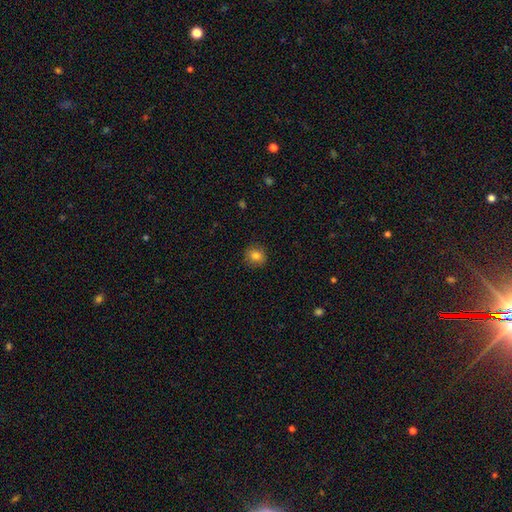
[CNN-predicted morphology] type=smooth (81%); roundness=round (85%); merging=none (87%).